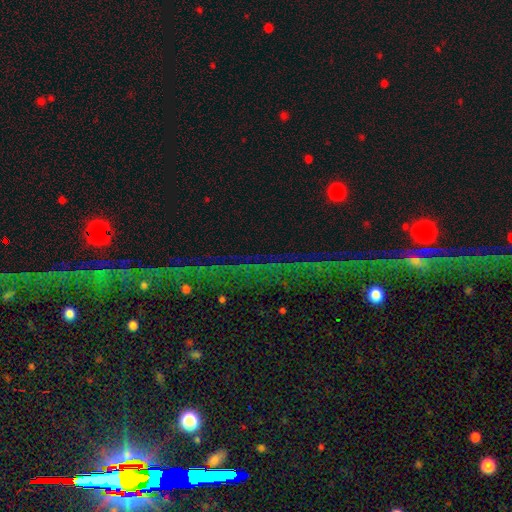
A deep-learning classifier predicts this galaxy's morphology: This appears to be a star or artifact, not a galaxy (80%).